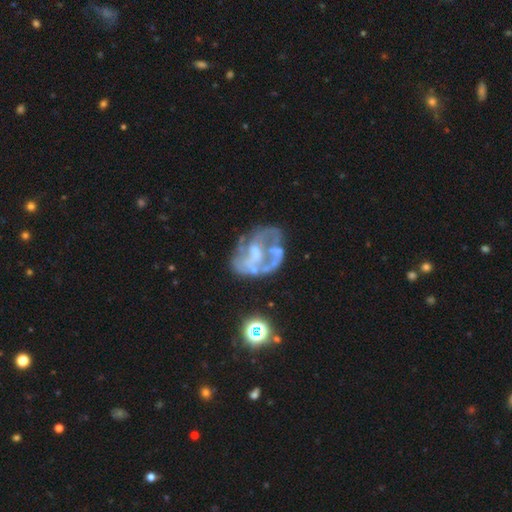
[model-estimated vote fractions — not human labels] smooth-or-featured: featured or disk: 78% | smooth: 12% | star or artifact: 10%
  disk-edge-on: no: 98% | yes: 2%
    bar: no: 59% | weak: 32% | strong: 9%
    has-spiral-arms: yes: 59% | no: 41%
    bulge-size: none: 33% | small: 31% | moderate: 31% | large: 3% | dominant: 1%
  merging: none: 47% | major disturbance: 24% | minor disturbance: 20% | merger: 9%